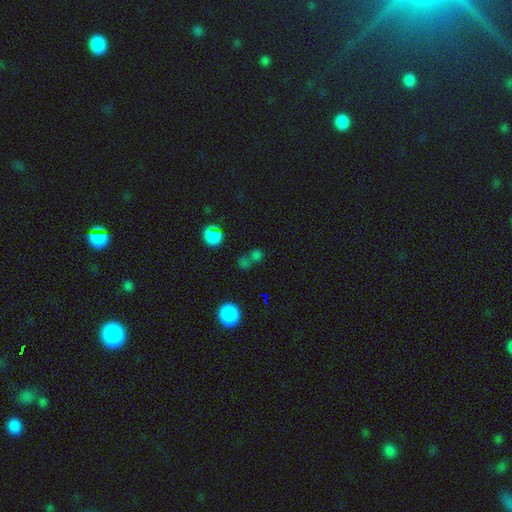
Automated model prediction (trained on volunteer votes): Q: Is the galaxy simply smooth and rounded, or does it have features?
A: star or artifact — 52%.